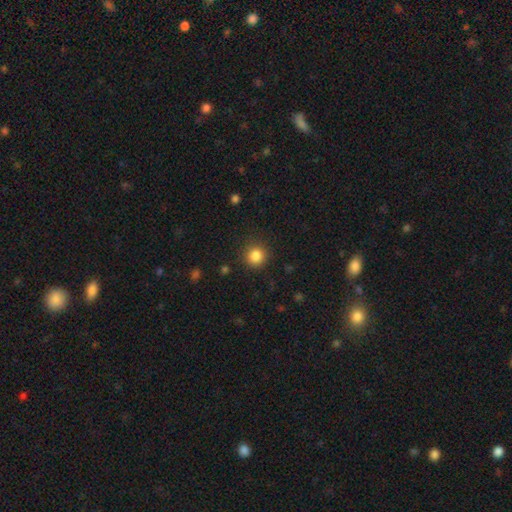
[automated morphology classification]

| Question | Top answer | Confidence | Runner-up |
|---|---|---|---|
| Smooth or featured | smooth | 85% | star or artifact (11%) |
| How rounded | round | 92% | in between (7%) |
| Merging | none | 89% | minor disturbance (7%) |